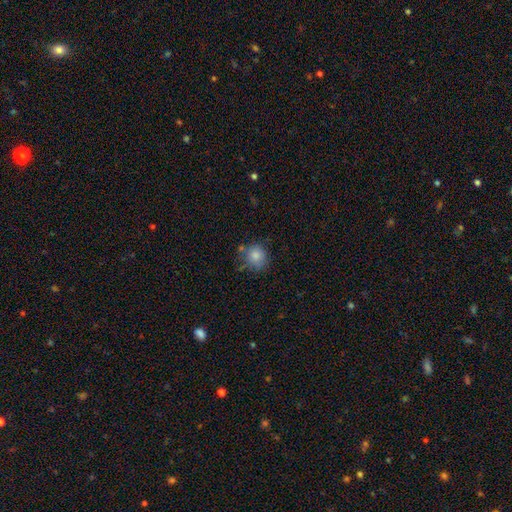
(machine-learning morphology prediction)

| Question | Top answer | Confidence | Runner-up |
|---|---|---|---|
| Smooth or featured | smooth | 83% | star or artifact (10%) |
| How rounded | round | 84% | in between (15%) |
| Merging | none | 69% | minor disturbance (19%) |